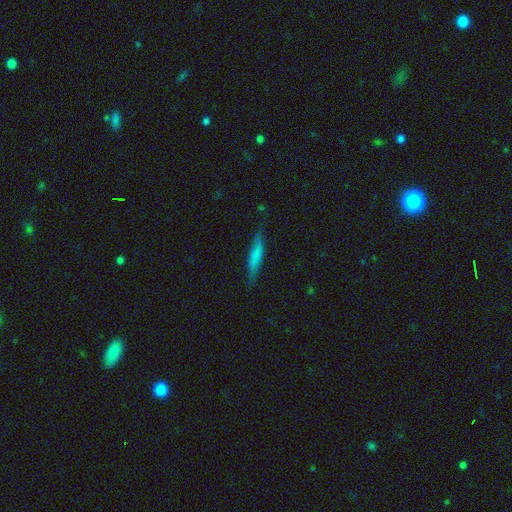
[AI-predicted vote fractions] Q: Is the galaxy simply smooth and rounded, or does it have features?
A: smooth — 64%.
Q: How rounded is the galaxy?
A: cigar-shaped — 88%.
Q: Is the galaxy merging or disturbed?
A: none — 77%.